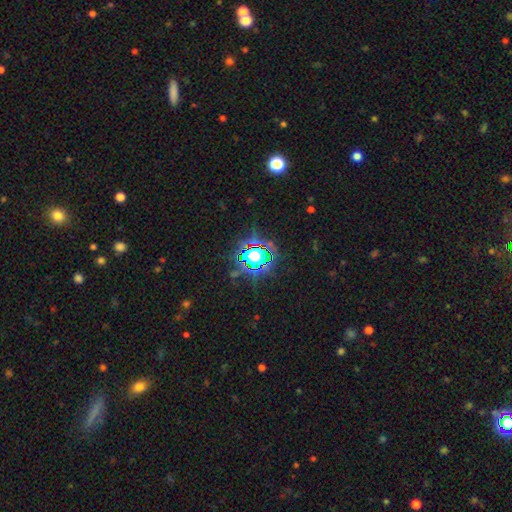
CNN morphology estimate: The model was most divided on "smooth or featured": star or artifact: 68%, smooth: 19%, featured or disk: 12%.